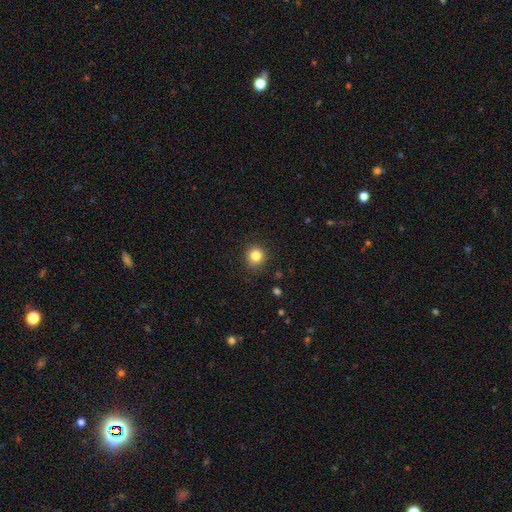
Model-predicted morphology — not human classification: This is clearly a smooth galaxy (83%). How rounded: clearly round (90%). Merging: clearly none (87%).